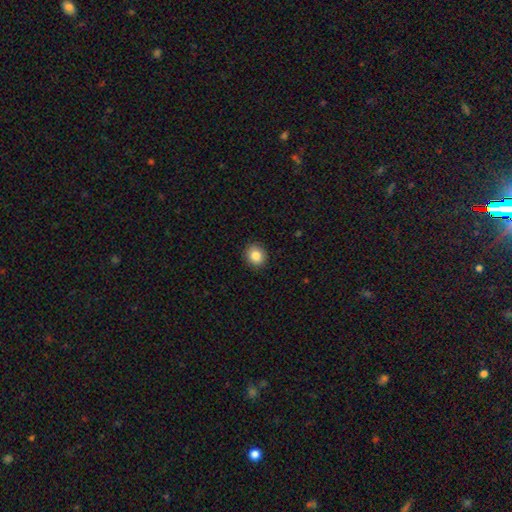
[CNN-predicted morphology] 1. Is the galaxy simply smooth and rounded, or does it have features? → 85% smooth, 9% star or artifact, 6% featured or disk.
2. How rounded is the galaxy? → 77% round, 22% in between, 1% cigar-shaped.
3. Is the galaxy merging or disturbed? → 91% none, 7% minor disturbance, 2% major disturbance, 1% merger.